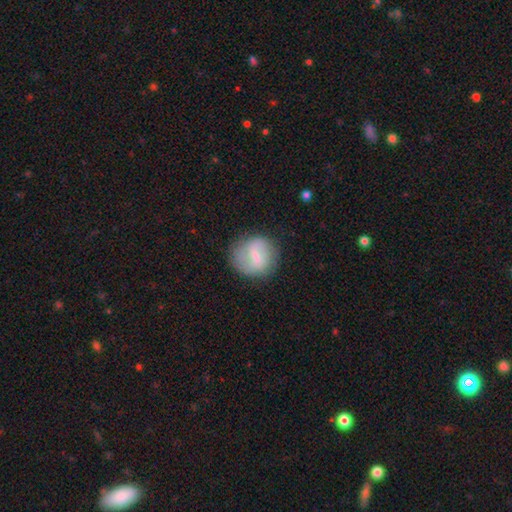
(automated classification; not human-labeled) Morphology: type=smooth (49%); merging=none (73%).